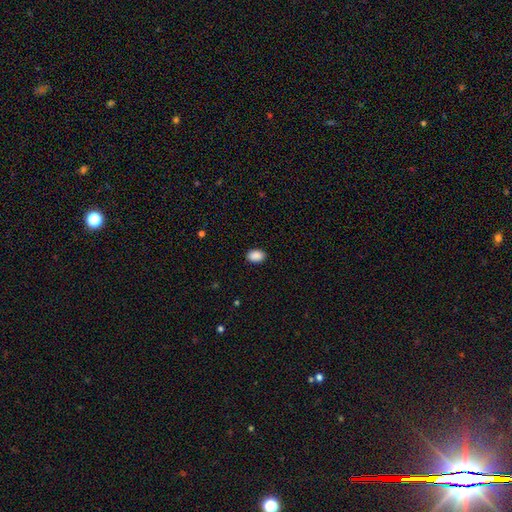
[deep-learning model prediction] Morphology: type=smooth (90%); roundness=in between (86%); merging=none (89%).